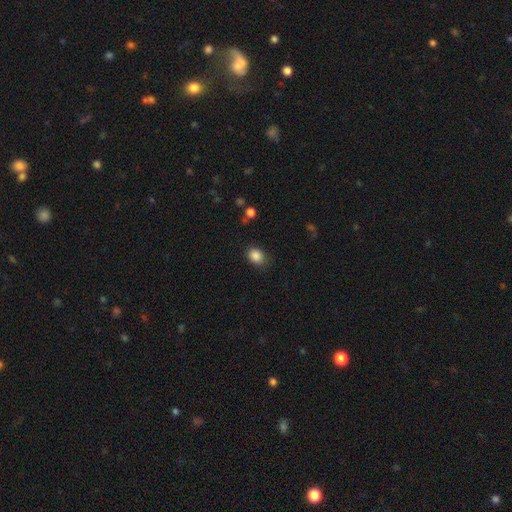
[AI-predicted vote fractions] smooth_or_featured: smooth (p=0.87) [alt: star or artifact p=0.10]
how_rounded: in between (p=0.59) [alt: round p=0.40]
merging: none (p=0.78) [alt: minor disturbance p=0.16]